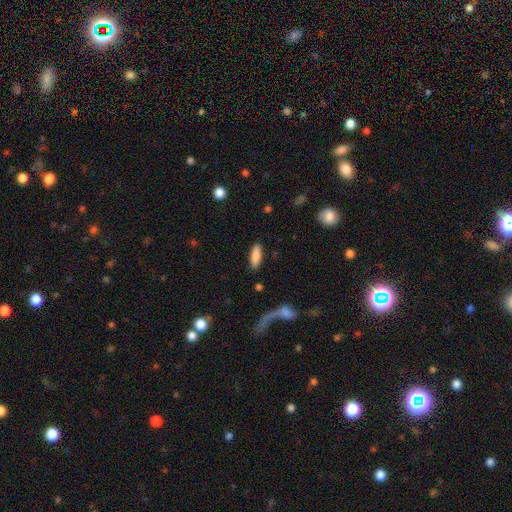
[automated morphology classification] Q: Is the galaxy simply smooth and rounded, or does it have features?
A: smooth — 85%.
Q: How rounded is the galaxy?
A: in between — 60%.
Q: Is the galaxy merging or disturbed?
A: none — 86%.